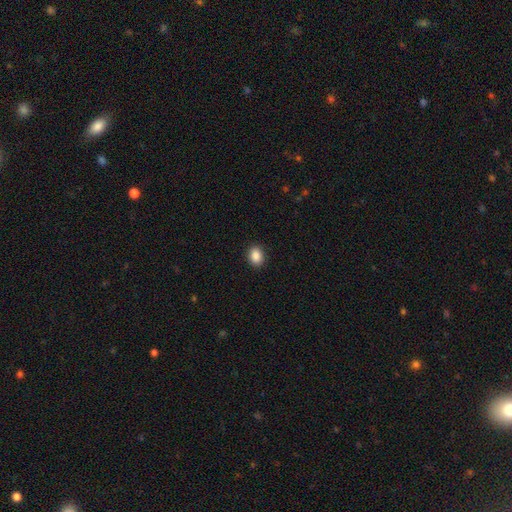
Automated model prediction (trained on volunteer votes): The model was most divided on "how rounded": in between: 66%, round: 33%, cigar-shaped: 1%. More confident: merging — none (90%); smooth or featured — smooth (88%).